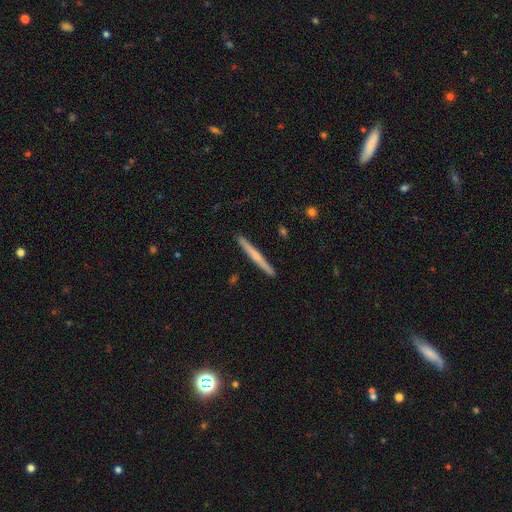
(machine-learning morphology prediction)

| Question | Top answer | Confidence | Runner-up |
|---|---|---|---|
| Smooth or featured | featured or disk | 53% | smooth (42%) |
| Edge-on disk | yes | 98% | no (2%) |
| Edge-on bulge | rounded | 48% | none (46%) |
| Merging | none | 92% | minor disturbance (5%) |